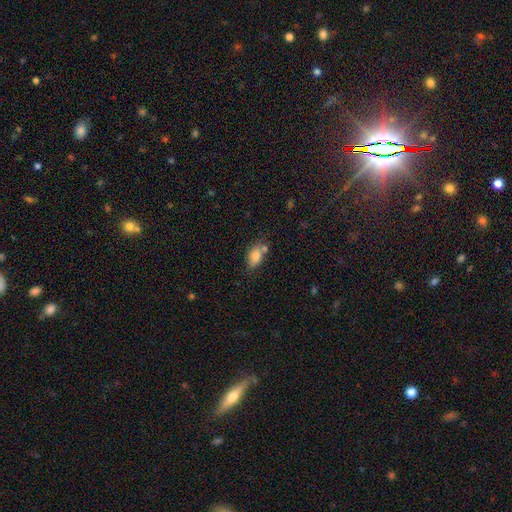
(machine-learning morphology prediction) This appears to be a smooth galaxy with no disk features (80%) that is in between round and cigar-shaped (85%). Merging: none (54%).